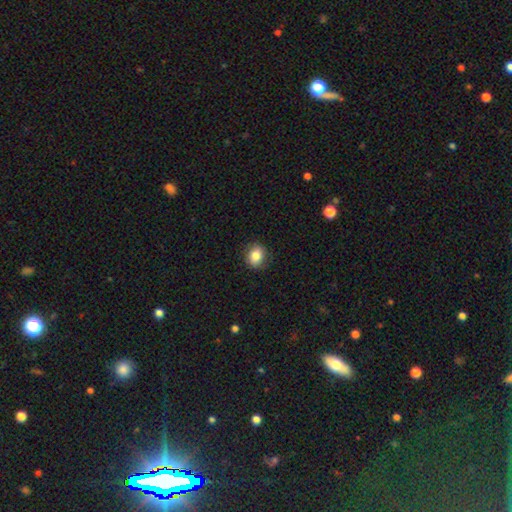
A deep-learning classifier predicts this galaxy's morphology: Smooth or featured?
  - smooth: 83% *
  - star or artifact: 9%
  - featured or disk: 8%
How rounded?
  - round: 56% *
  - in between: 43%
  - cigar-shaped: 1%
Merging?
  - none: 87% *
  - minor disturbance: 9%
  - major disturbance: 2%
  - merger: 1%